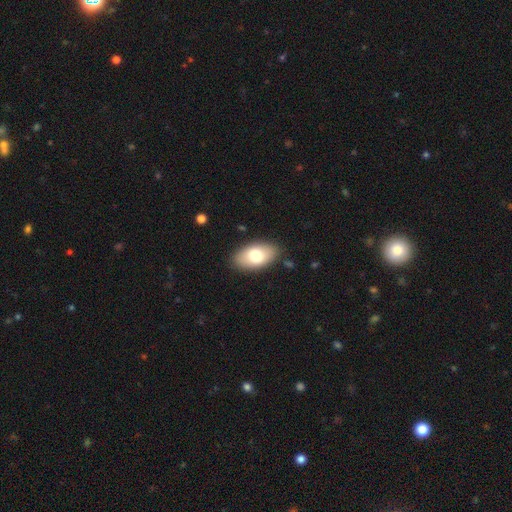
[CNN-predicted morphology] The model was most divided on "smooth or featured": smooth: 75%, featured or disk: 19%, star or artifact: 7%. More confident: how rounded — in between (94%); merging — none (86%).